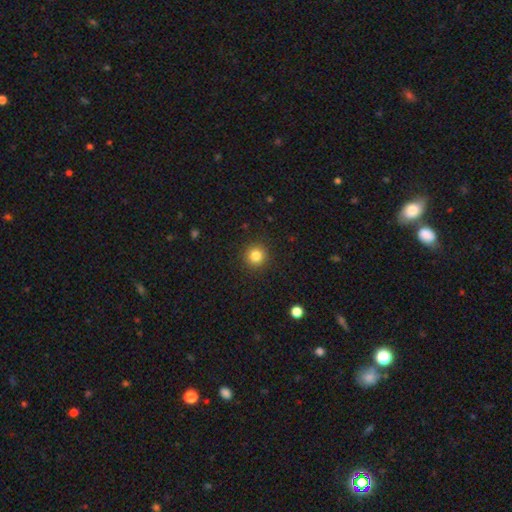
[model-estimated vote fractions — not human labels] This is clearly a smooth galaxy (83%). How rounded: clearly round (94%). Merging: clearly none (92%).